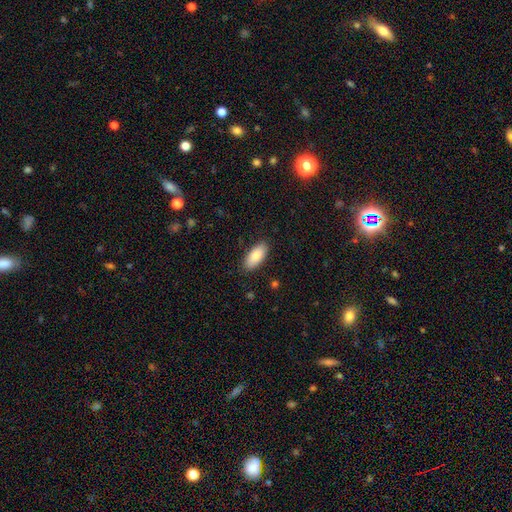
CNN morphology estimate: Q: Smooth or featured?
A: smooth (85%); runner-up: featured or disk (9%)
Q: How rounded?
A: in between (90%); runner-up: cigar-shaped (9%)
Q: Merging?
A: none (86%); runner-up: minor disturbance (10%)